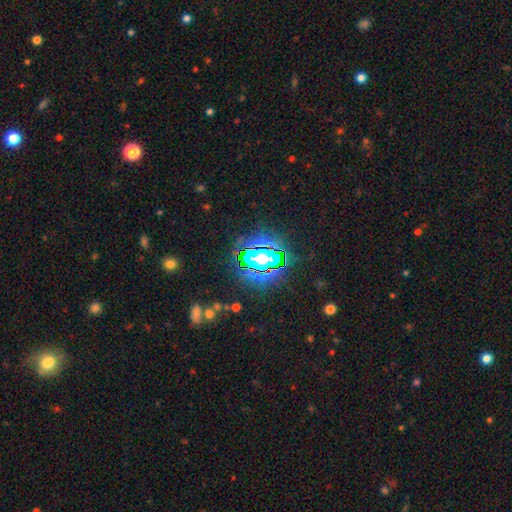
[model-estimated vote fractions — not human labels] Smooth or featured? star or artifact (79%)